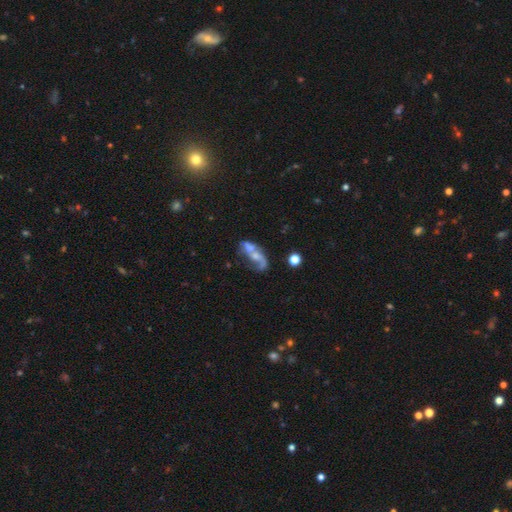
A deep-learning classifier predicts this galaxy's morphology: smooth_or_featured: featured or disk (p=0.59) [alt: smooth p=0.27]
disk_edge_on: no (p=0.90) [alt: yes p=0.10]
bar: no (p=0.71) [alt: weak p=0.22]
has_spiral_arms: yes (p=0.60) [alt: no p=0.40]
bulge_size: moderate (p=0.37) [alt: small p=0.34]
merging: merger (p=0.40) [alt: none p=0.28]